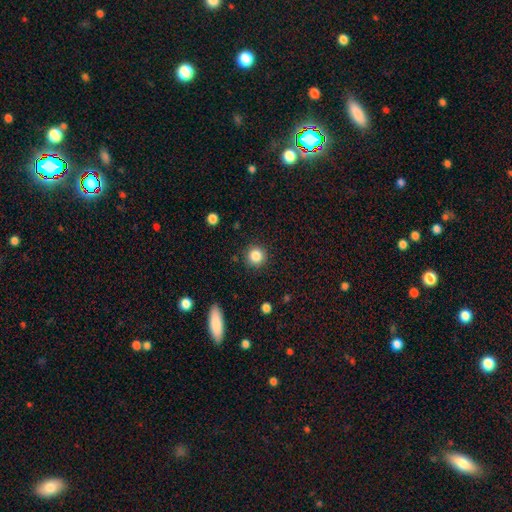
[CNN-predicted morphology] A smooth galaxy with no disk features (86%) that is round (93%). Merging: none (90%).